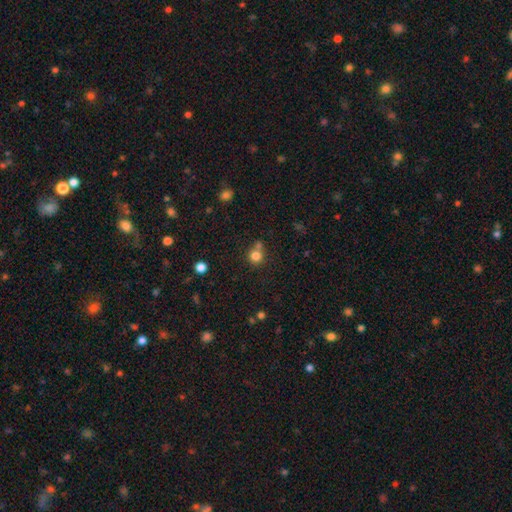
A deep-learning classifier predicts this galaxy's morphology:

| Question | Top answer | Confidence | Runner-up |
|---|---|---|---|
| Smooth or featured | smooth | 80% | star or artifact (13%) |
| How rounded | round | 90% | in between (9%) |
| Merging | none | 58% | merger (30%) |